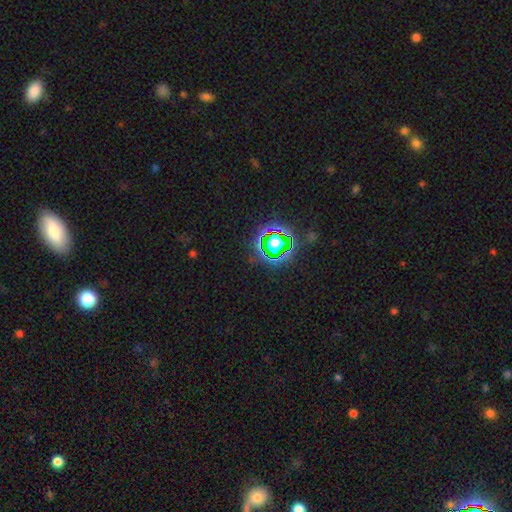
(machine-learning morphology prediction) Smooth or featured: star or artifact — 78% (smooth — 15%)